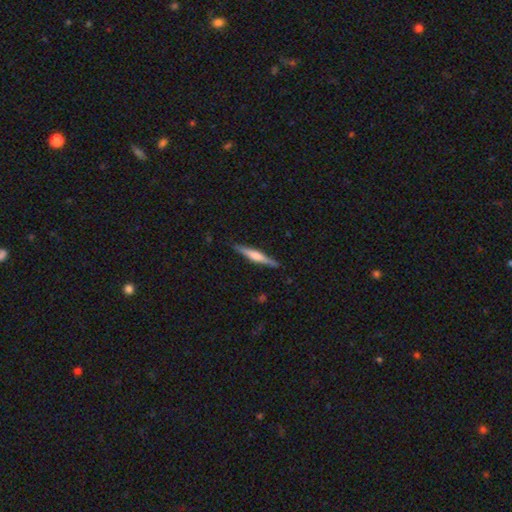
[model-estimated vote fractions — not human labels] A featured or disk galaxy (54%) viewed edge-on (97%) with a rounded central bulge (62%). Merging: none (89%).